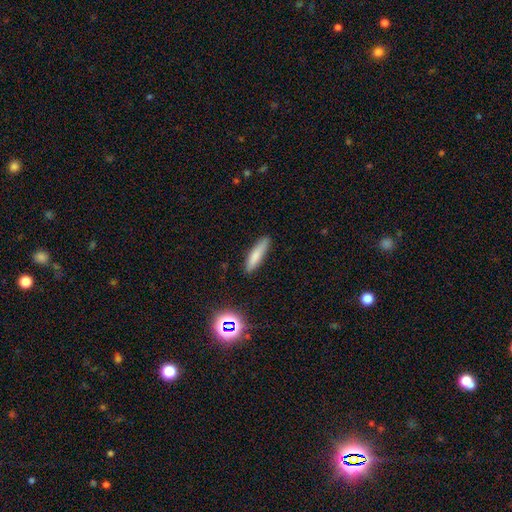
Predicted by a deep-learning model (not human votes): smooth 79%, featured or disk 13%, star or artifact 8%. Down the decision tree: how rounded — cigar-shaped (81%); merging — none (86%).